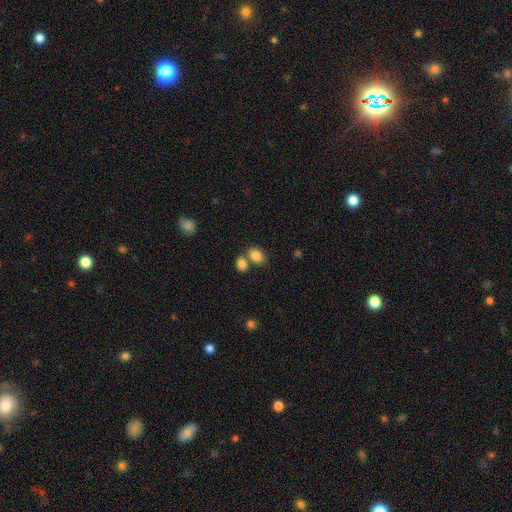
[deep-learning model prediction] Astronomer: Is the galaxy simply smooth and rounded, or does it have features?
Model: smooth — 85%.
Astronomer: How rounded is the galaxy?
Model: in between — 75%.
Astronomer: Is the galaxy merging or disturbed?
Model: none — 53% (runner-up: merger, 33%).